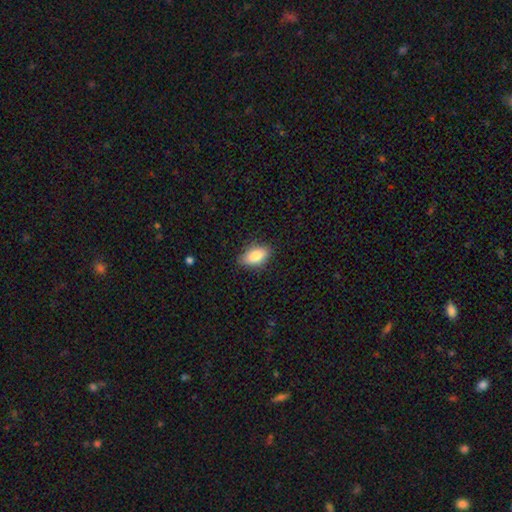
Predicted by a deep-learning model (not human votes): The model was most divided on "merging": none: 82%, minor disturbance: 14%, major disturbance: 3%, merger: 1%. More confident: how rounded — in between (89%); smooth or featured — smooth (84%).